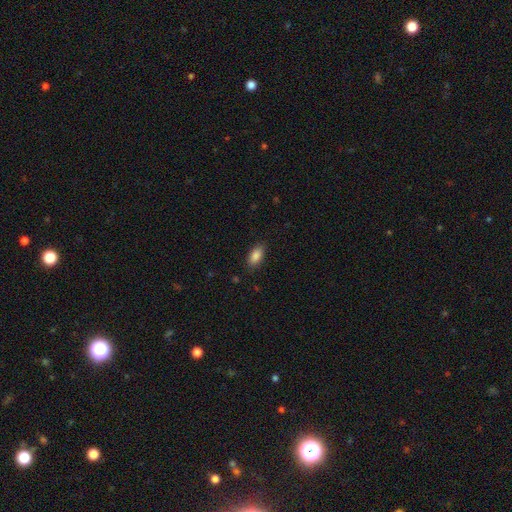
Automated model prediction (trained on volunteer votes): Overall: smooth (87%). How rounded: in between (92%). Merging: none (86%).